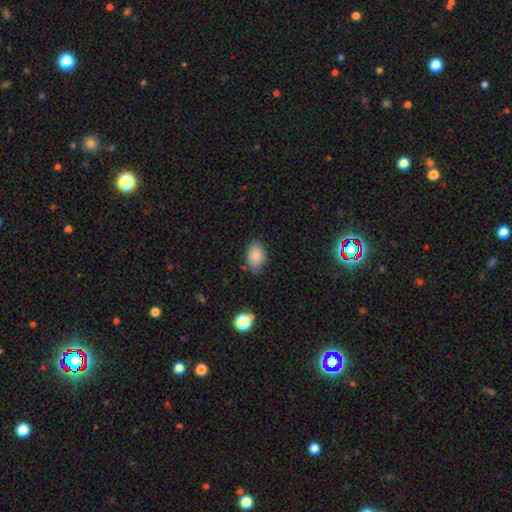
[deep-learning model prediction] The model was most divided on "merging": none: 80%, minor disturbance: 15%, major disturbance: 3%, merger: 2%. More confident: how rounded — in between (88%); smooth or featured — smooth (85%).